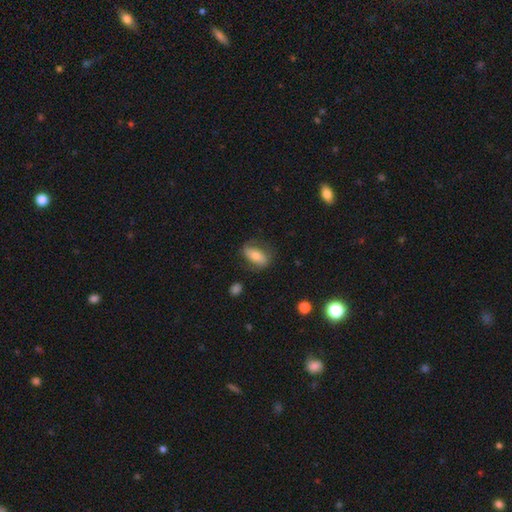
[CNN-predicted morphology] Q: Smooth or featured?
A: smooth (63%); runner-up: featured or disk (30%)
Q: How rounded?
A: in between (81%); runner-up: cigar-shaped (13%)
Q: Merging?
A: none (70%); runner-up: minor disturbance (20%)